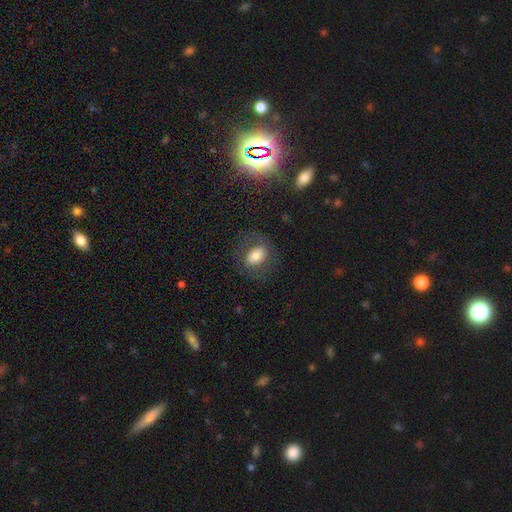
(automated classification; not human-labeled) Morphology: type=smooth (68%); roundness=in between (63%); merging=none (72%).